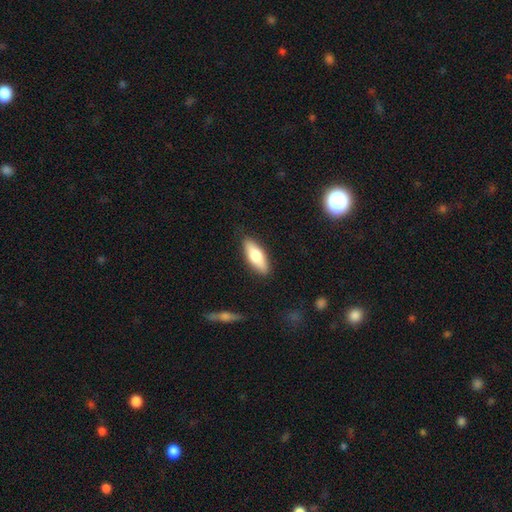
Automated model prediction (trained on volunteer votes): This appears to be a smooth galaxy with no disk features (71%) that is in between round and cigar-shaped (63%). Merging: none (87%).